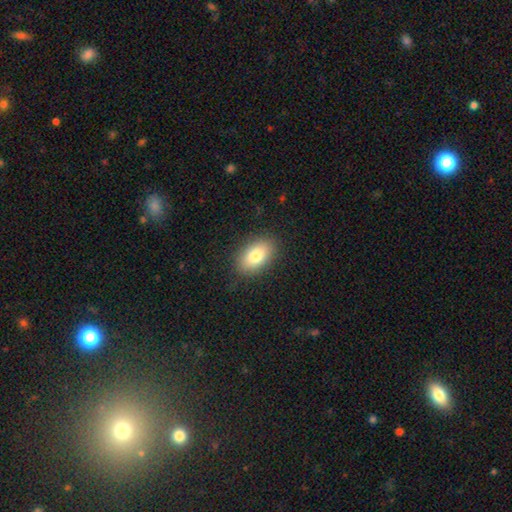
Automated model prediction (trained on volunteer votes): Q: Smooth or featured?
A: smooth (79%); runner-up: featured or disk (13%)
Q: How rounded?
A: in between (90%); runner-up: round (8%)
Q: Merging?
A: none (87%); runner-up: minor disturbance (9%)